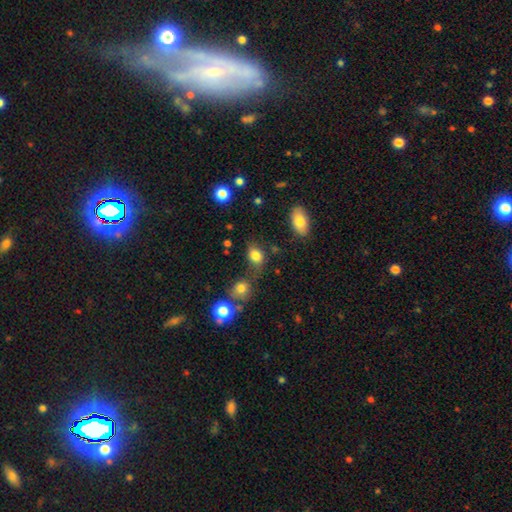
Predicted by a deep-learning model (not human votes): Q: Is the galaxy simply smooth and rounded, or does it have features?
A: smooth — 81%.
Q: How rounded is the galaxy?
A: in between — 69%.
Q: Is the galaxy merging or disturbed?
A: none — 58%.